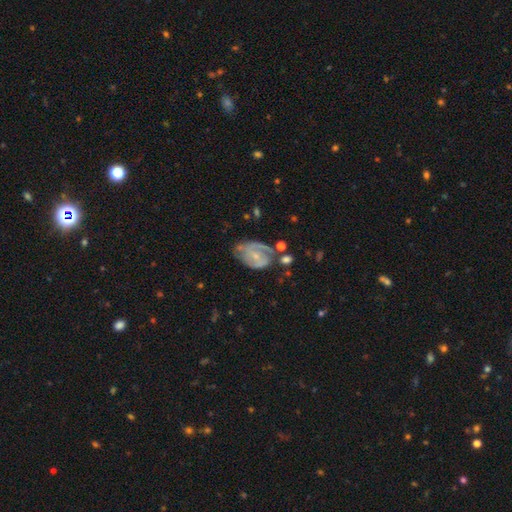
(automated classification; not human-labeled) A featured or disk galaxy (73%) with no bar (48%), 2 (54%) tight (43%) spiral arms (82%) and a small central bulge (68%).

Vote fractions:
- Smooth or featured? featured or disk: 73% / smooth: 21% / star or artifact: 7%
- Edge-on disk? no: 97% / yes: 3%
- Bar? no: 48% / weak: 41% / strong: 11%
- Spiral arms? yes: 82% / no: 18%
- Spiral winding? tight: 43% / medium: 41% / loose: 16%
- Spiral arm count? 2: 54% / can't tell: 25% / 1: 12% / 3: 6% / 4: 2% / more than 4: 2%
- Bulge size? small: 68% / moderate: 24% / none: 5% / large: 1% / dominant: 1%
- Merging? none: 45% / minor disturbance: 28% / major disturbance: 18% / merger: 9%